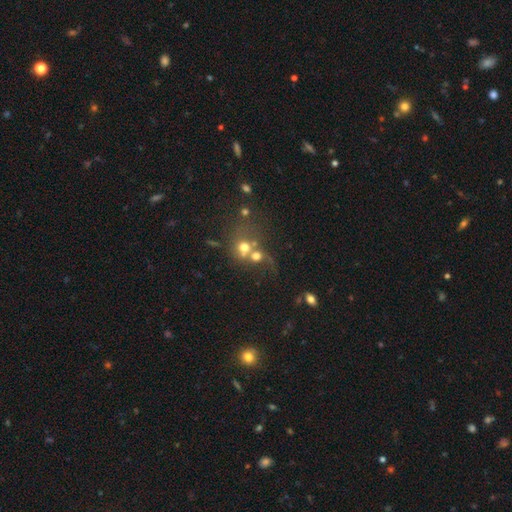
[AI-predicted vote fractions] Morphology: type=smooth (52%); roundness=round (77%); merging=merger (48%).